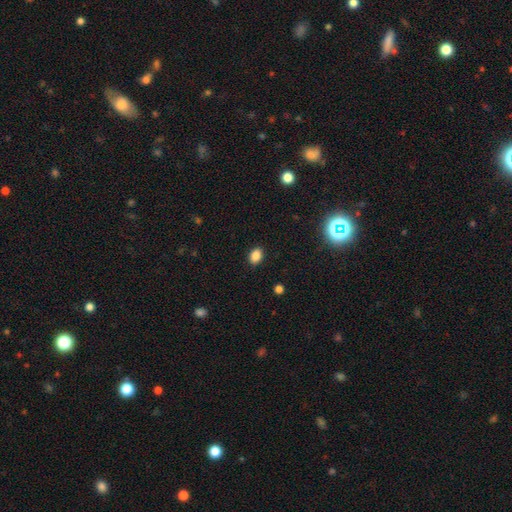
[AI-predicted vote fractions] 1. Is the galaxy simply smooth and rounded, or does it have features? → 85% smooth, 11% star or artifact, 4% featured or disk.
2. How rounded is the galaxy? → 69% in between, 29% round, 1% cigar-shaped.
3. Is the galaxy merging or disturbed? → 89% none, 8% minor disturbance, 2% major disturbance, 1% merger.